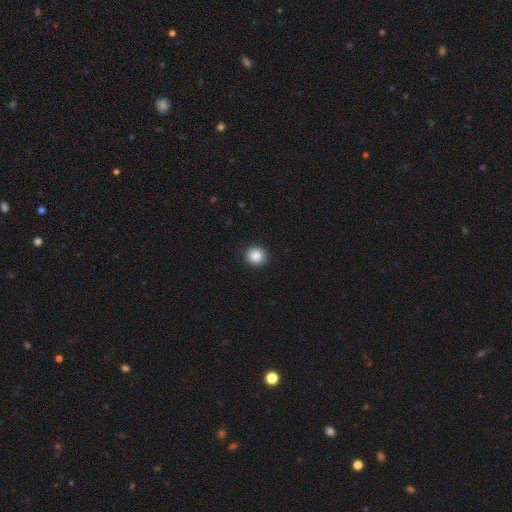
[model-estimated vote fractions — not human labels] smooth_or_featured: smooth (p=0.88) [alt: star or artifact p=0.09]
how_rounded: round (p=0.86) [alt: in between p=0.13]
merging: none (p=0.91) [alt: minor disturbance p=0.06]